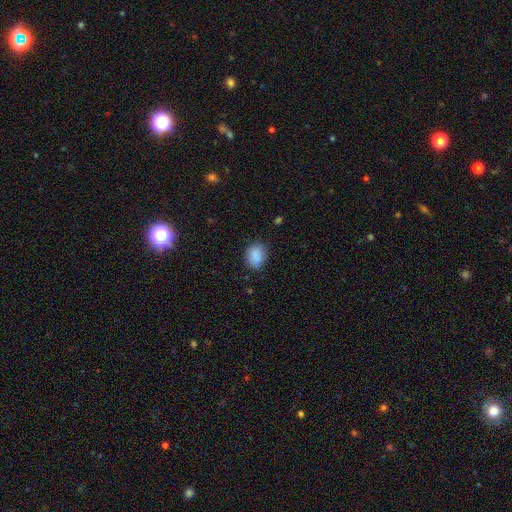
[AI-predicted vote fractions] smooth_or_featured: smooth (p=0.88) [alt: star or artifact p=0.08]
how_rounded: in between (p=0.65) [alt: round p=0.34]
merging: none (p=0.79) [alt: minor disturbance p=0.16]